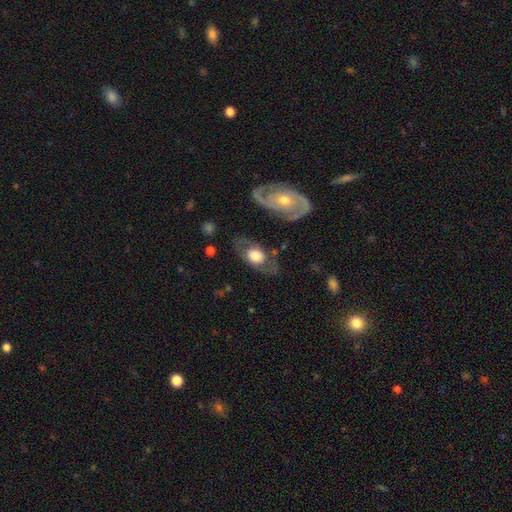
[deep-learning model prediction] The model was most divided on "smooth or featured" (2-way tie): smooth: 47%, featured or disk: 47%, star or artifact: 6%. More confident: merging — none (72%).